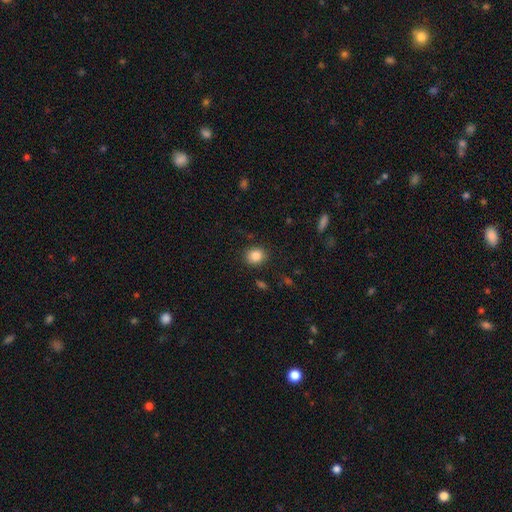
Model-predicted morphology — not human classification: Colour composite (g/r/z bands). It shows a smooth galaxy with no disk features (84%) that is round (70%). Merging: none (88%).